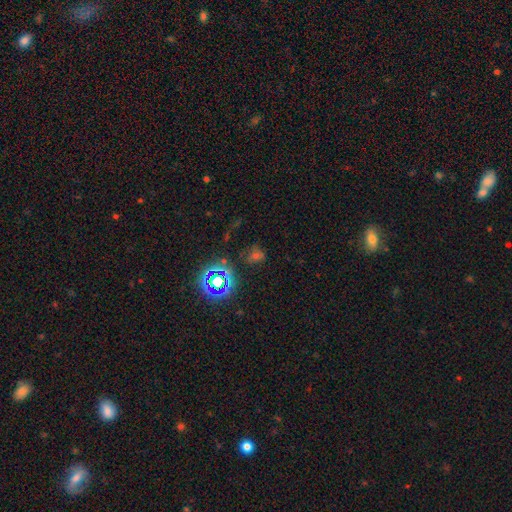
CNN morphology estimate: This is possibly a star or artifact rather than a galaxy (58%).